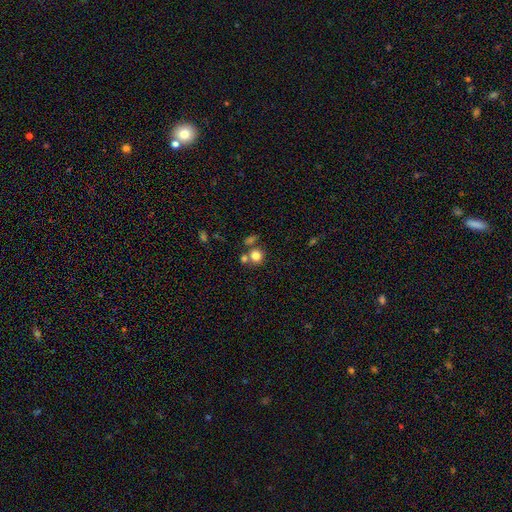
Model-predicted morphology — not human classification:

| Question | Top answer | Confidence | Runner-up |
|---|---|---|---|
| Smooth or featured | smooth | 79% | star or artifact (12%) |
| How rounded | round | 86% | in between (13%) |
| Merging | none | 59% | merger (26%) |